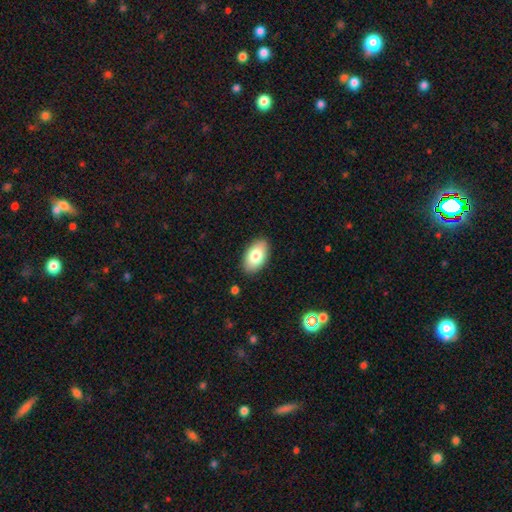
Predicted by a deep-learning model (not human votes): Smooth or featured?
  - smooth: 79% *
  - featured or disk: 14%
  - star or artifact: 7%
How rounded?
  - in between: 94% *
  - round: 5%
  - cigar-shaped: 1%
Merging?
  - none: 88% *
  - minor disturbance: 9%
  - major disturbance: 2%
  - merger: 1%